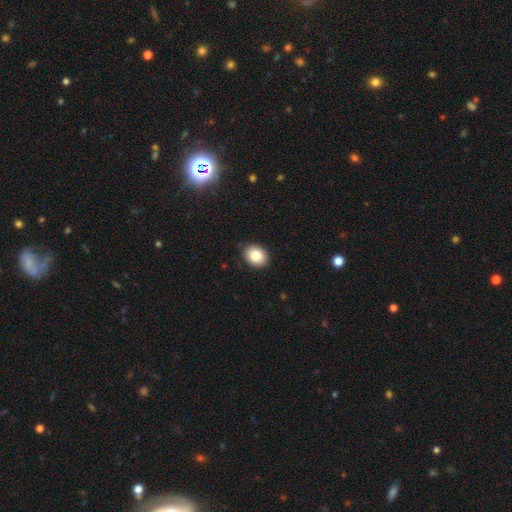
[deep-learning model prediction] A smooth galaxy with no disk features (84%) that is in between round and cigar-shaped (55%).

Vote fractions:
- Smooth or featured? smooth: 84% / star or artifact: 9% / featured or disk: 8%
- How rounded? in between: 55% / round: 44% / cigar-shaped: 1%
- Merging? none: 89% / minor disturbance: 8% / major disturbance: 2% / merger: 1%